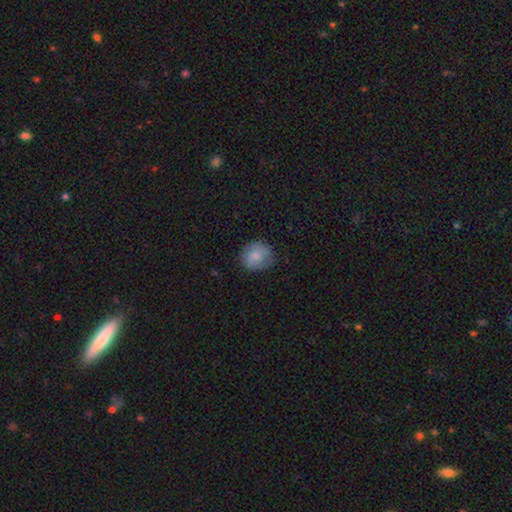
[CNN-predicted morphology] Overall: smooth (78%). How rounded: round (76%). Merging: none (76%).